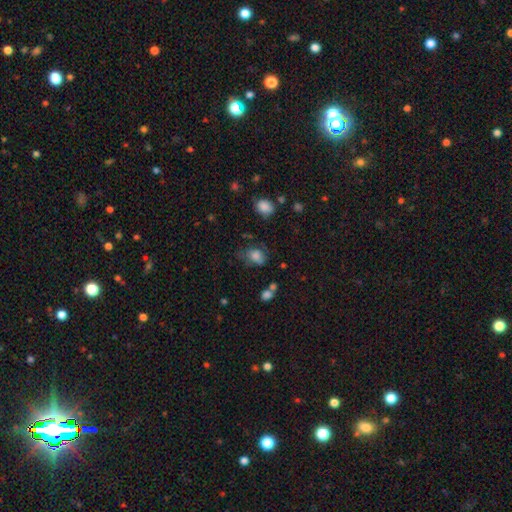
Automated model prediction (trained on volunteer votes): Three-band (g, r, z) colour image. It shows a smooth galaxy with no disk features (77%) that is in between round and cigar-shaped (65%). Merging: none (42%).